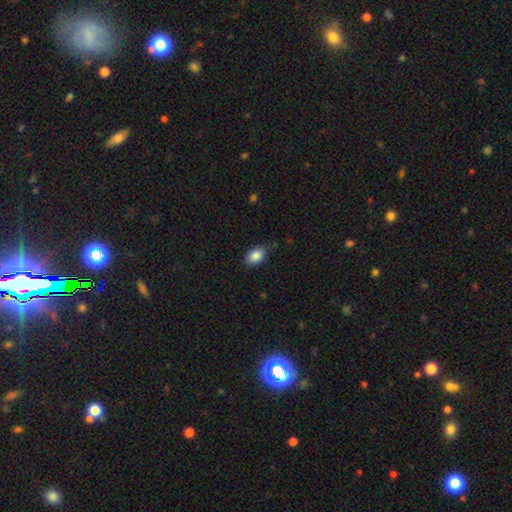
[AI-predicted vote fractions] Q: Smooth or featured?
A: smooth (87%); runner-up: star or artifact (8%)
Q: How rounded?
A: in between (85%); runner-up: round (14%)
Q: Merging?
A: none (77%); runner-up: minor disturbance (18%)